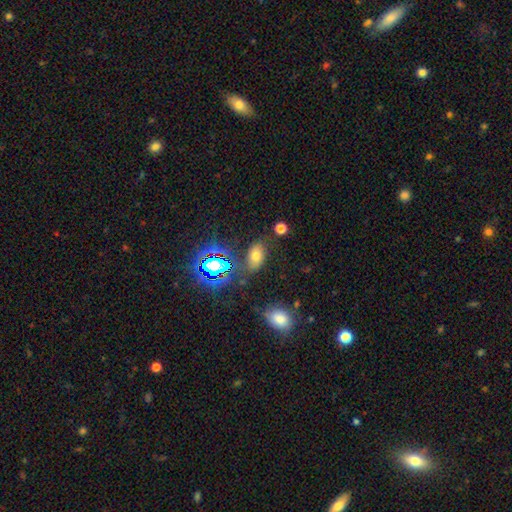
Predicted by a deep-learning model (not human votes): smooth 59%, star or artifact 26%, featured or disk 15%. Down the decision tree: how rounded — in between (87%); merging — none (74%).